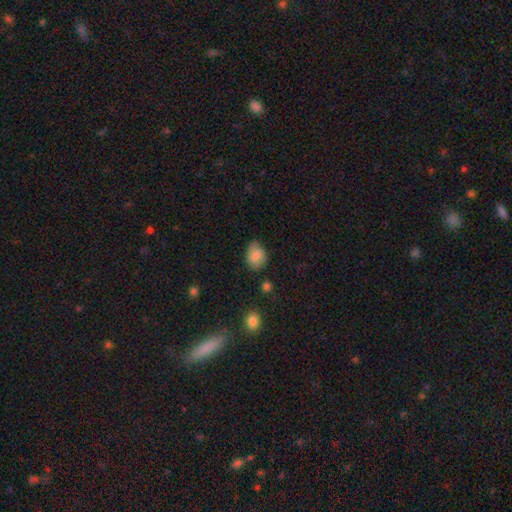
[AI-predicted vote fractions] Overall: smooth (78%). How rounded: in between (59%; round 40%). Merging: none (63%; minor disturbance 29%).